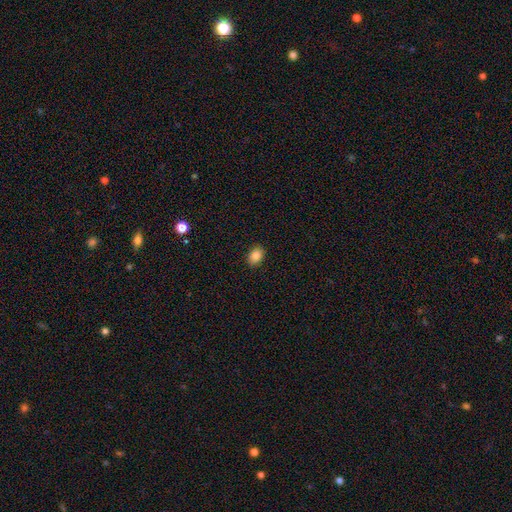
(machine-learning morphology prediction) Overall: smooth (85%). How rounded: in between (74%). Merging: none (89%).